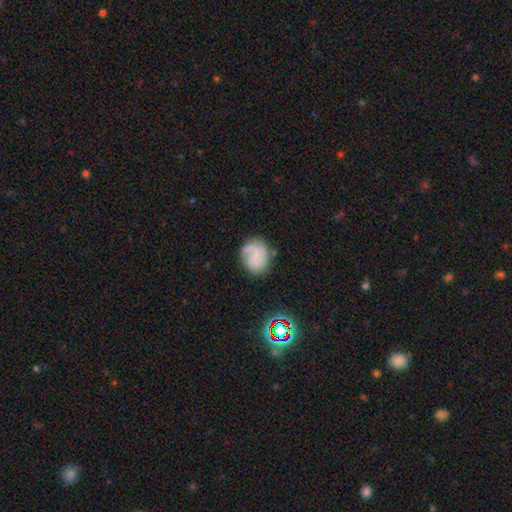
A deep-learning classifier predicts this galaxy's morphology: smooth-or-featured: featured or disk: 56% | smooth: 35% | star or artifact: 9%
  disk-edge-on: no: 98% | yes: 2%
    bar: no: 65% | weak: 30% | strong: 6%
    has-spiral-arms: yes: 89% | no: 11%
    bulge-size: none: 50% | small: 37% | moderate: 9% | large: 2% | dominant: 1%
  merging: none: 68% | minor disturbance: 20% | major disturbance: 10% | merger: 2%